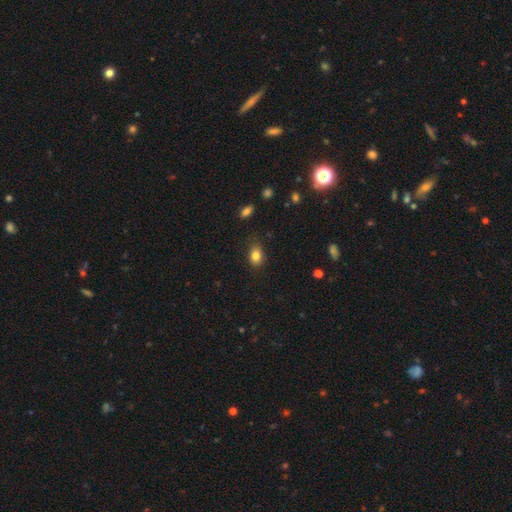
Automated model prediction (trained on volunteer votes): Smooth or featured? smooth (83%)
How rounded? in between (72%)
Merging? none (78%)